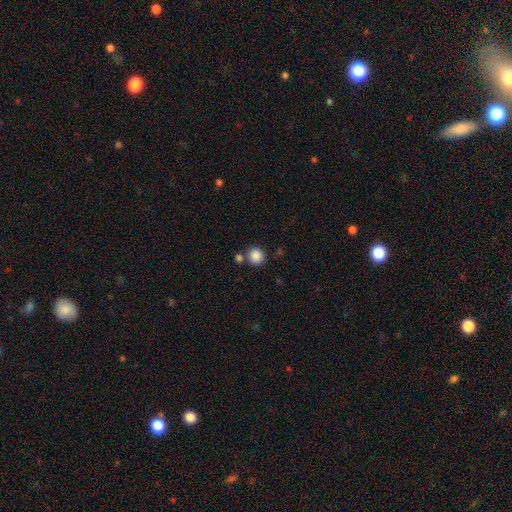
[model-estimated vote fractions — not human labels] Smooth or featured?
  - smooth: 87% *
  - star or artifact: 9%
  - featured or disk: 3%
How rounded?
  - round: 87% *
  - in between: 12%
  - cigar-shaped: 1%
Merging?
  - none: 76% *
  - merger: 13%
  - minor disturbance: 8%
  - major disturbance: 3%